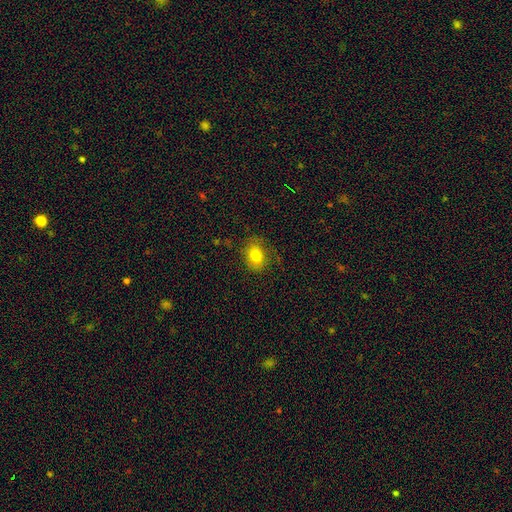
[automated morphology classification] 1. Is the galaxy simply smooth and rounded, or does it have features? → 79% smooth, 12% featured or disk, 10% star or artifact.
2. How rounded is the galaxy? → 65% in between, 34% round, 1% cigar-shaped.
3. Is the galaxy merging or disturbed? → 76% none, 17% minor disturbance, 6% major disturbance, 1% merger.